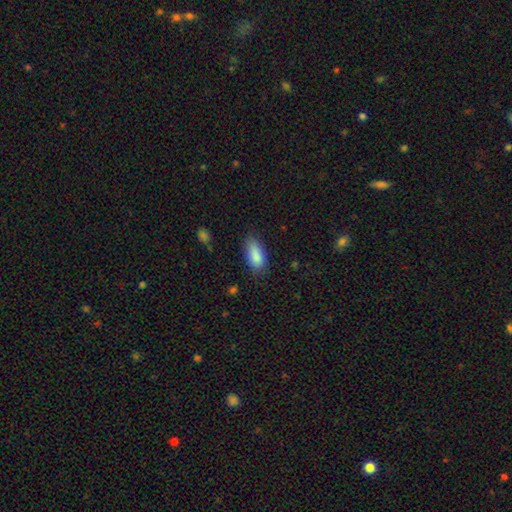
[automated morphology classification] type=smooth (88%); roundness=in between (87%); merging=none (75%).